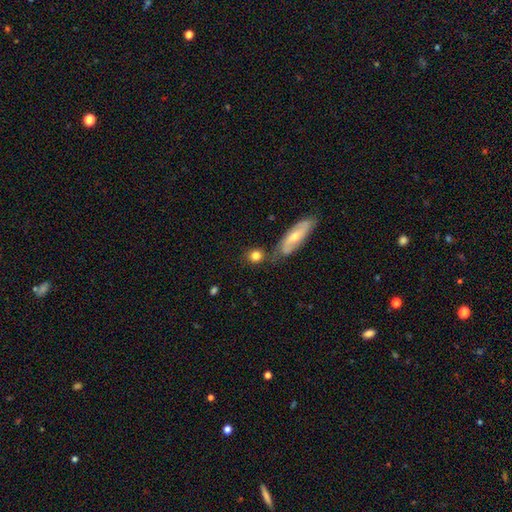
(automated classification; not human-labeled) This appears to be a smooth galaxy with no disk features (80%) that is round (80%). Merging: none (69%).